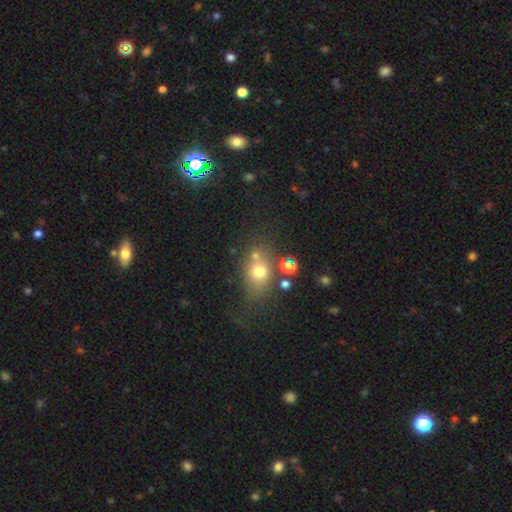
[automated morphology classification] smooth 66%, star or artifact 18%, featured or disk 16%. Down the decision tree: how rounded — round (51%); merging — none (58%).